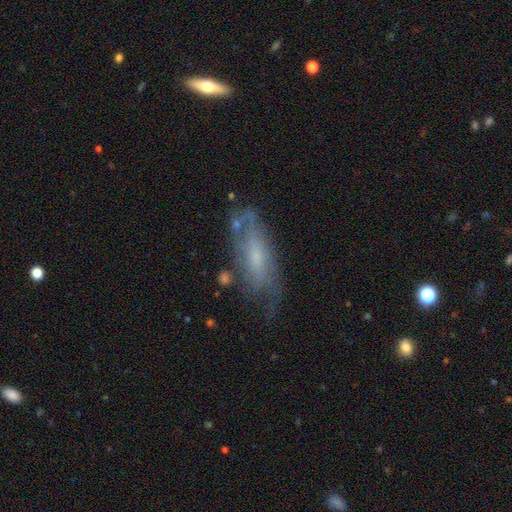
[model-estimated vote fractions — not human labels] Smooth or featured: featured or disk — 60% (smooth — 32%)
Edge-on disk: no — 75% (yes — 25%)
Merging: none — 59% (minor disturbance — 25%)